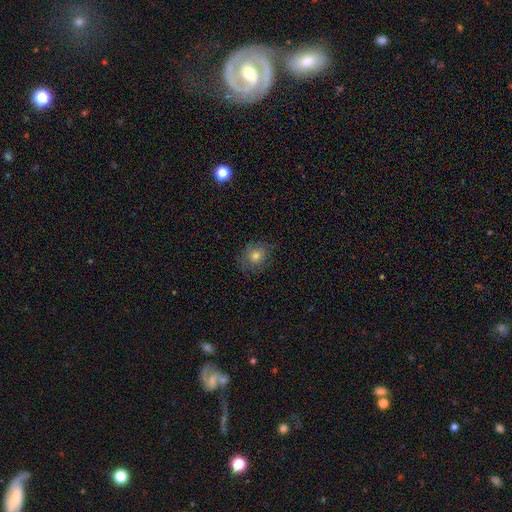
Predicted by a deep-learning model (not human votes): This appears to be a smooth galaxy with no disk features (67%) that is round (74%). Merging: none (76%).